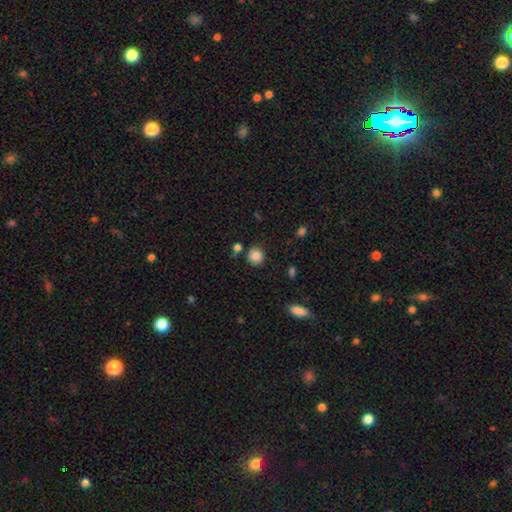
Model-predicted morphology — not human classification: smooth 83%, star or artifact 10%, featured or disk 7%. Down the decision tree: how rounded — round (88%); merging — none (82%).